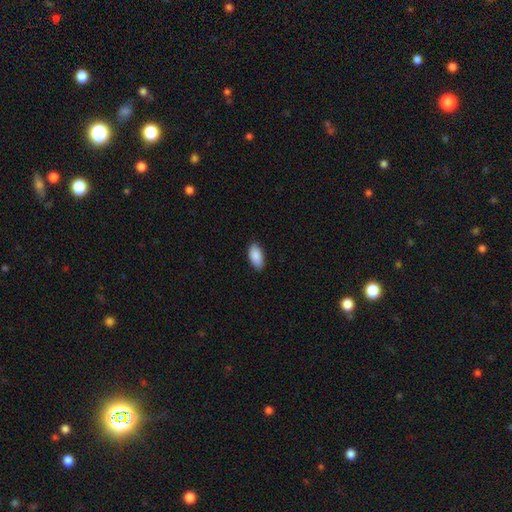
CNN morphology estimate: smooth-or-featured: smooth: 90% | star or artifact: 6% | featured or disk: 4%
  how-rounded: in between: 93% | cigar-shaped: 5% | round: 2%
  merging: none: 87% | minor disturbance: 10% | major disturbance: 2% | merger: 1%